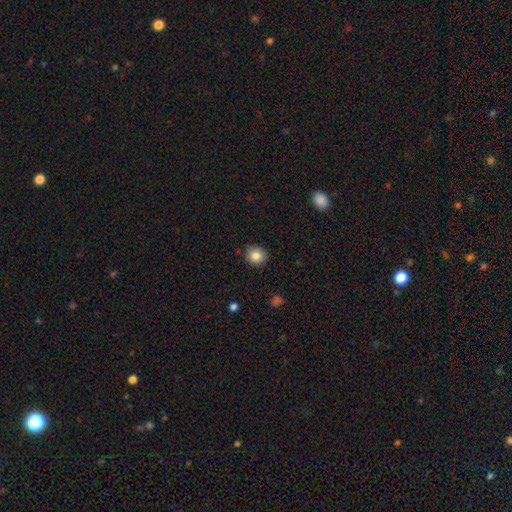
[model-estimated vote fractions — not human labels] The model was most divided on "how rounded": round: 85%, in between: 14%, cigar-shaped: 1%. More confident: merging — none (87%); smooth or featured — smooth (85%).